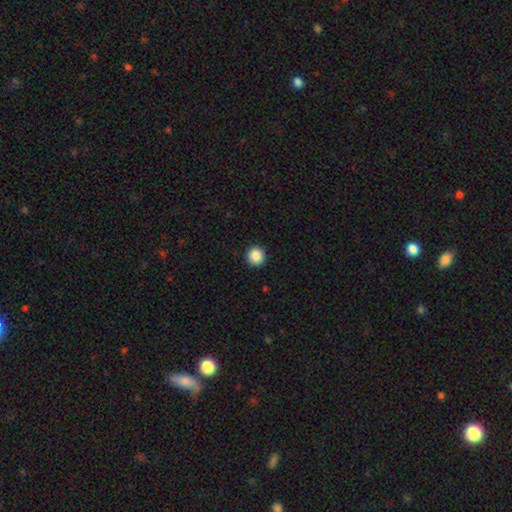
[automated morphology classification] Smooth or featured?
  - smooth: 88% *
  - star or artifact: 9%
  - featured or disk: 3%
How rounded?
  - round: 96% *
  - in between: 4%
  - cigar-shaped: 1%
Merging?
  - none: 93% *
  - minor disturbance: 4%
  - major disturbance: 1%
  - merger: 1%